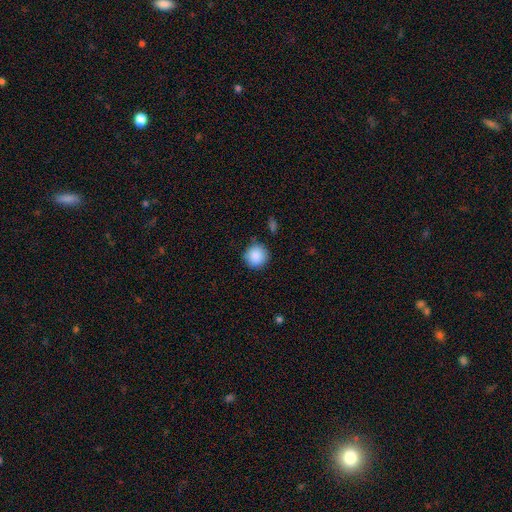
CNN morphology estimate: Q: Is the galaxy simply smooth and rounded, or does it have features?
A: smooth — 89%.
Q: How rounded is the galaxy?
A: round — 94%.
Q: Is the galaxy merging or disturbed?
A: none — 86%.